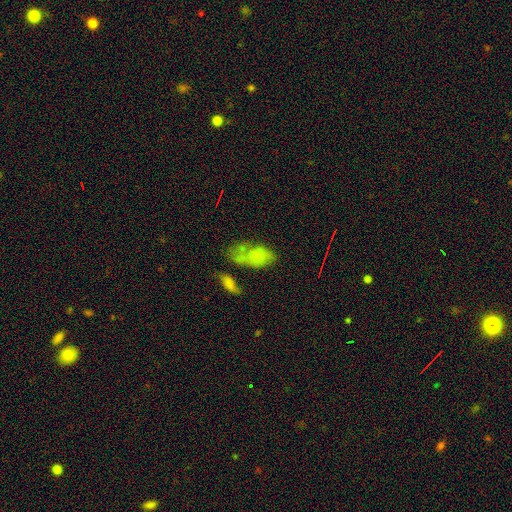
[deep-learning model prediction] Overall: smooth (61%; featured or disk 25%). How rounded: in between (89%). Merging: merger (30%; none 29%).